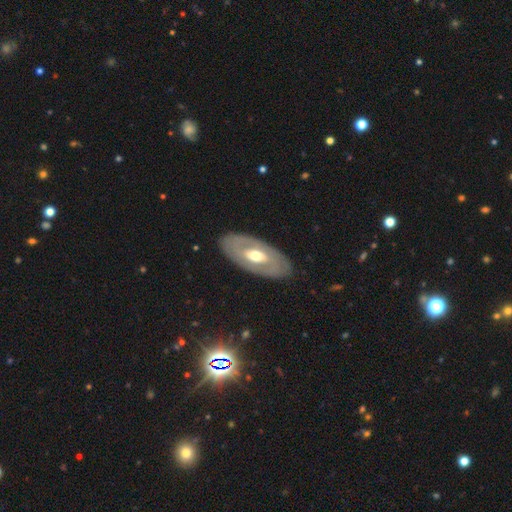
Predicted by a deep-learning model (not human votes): featured or disk 58%, smooth 37%, star or artifact 5%. Down the decision tree: edge-on disk — no (86%); merging — none (86%).